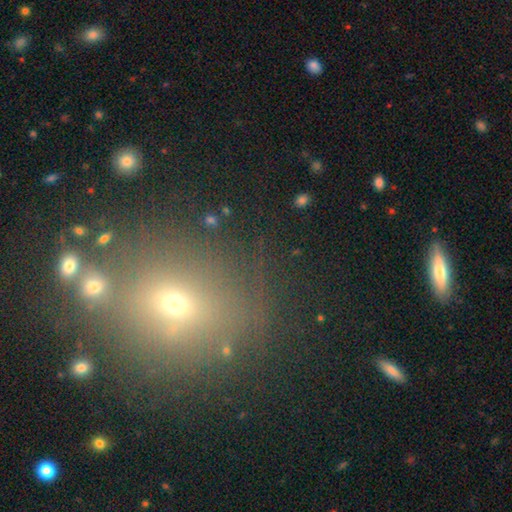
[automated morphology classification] Smooth or featured: smooth — 49% (star or artifact — 35%)
Merging: none — 75% (minor disturbance — 11%)